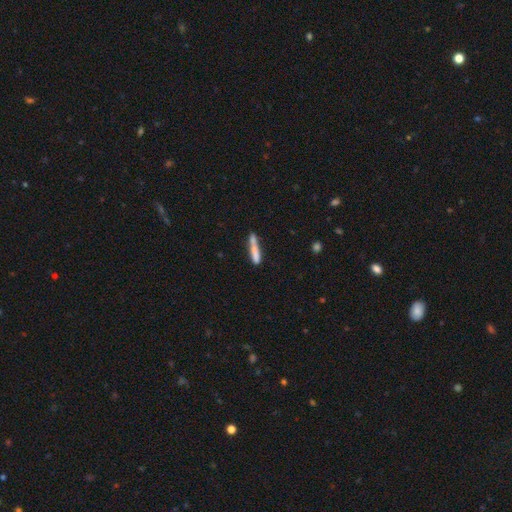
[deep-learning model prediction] smooth 74%, featured or disk 19%, star or artifact 7%. Down the decision tree: how rounded — cigar-shaped (93%); merging — none (62%).